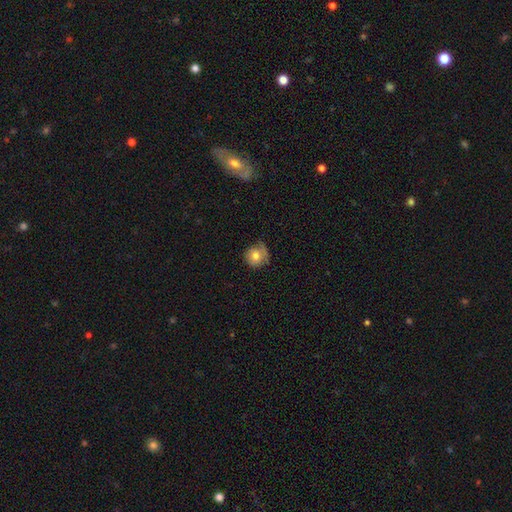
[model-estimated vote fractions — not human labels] Morphology: type=smooth (70%); roundness=round (88%); merging=none (54%).